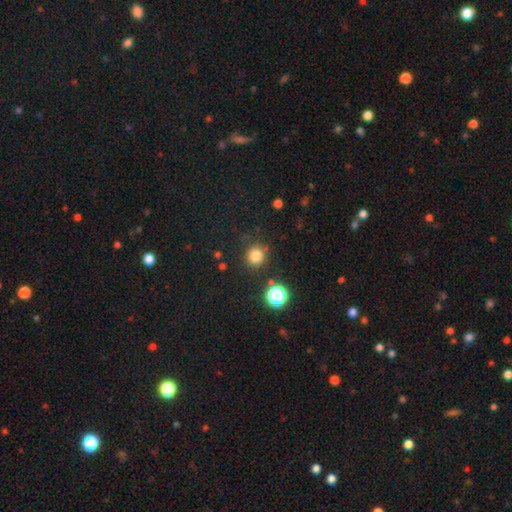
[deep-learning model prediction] A smooth galaxy with no disk features (80%) that is round (90%).

Vote fractions:
- Smooth or featured? smooth: 80% / star or artifact: 15% / featured or disk: 5%
- How rounded? round: 90% / in between: 9% / cigar-shaped: 1%
- Merging? none: 84% / minor disturbance: 10% / major disturbance: 3% / merger: 3%